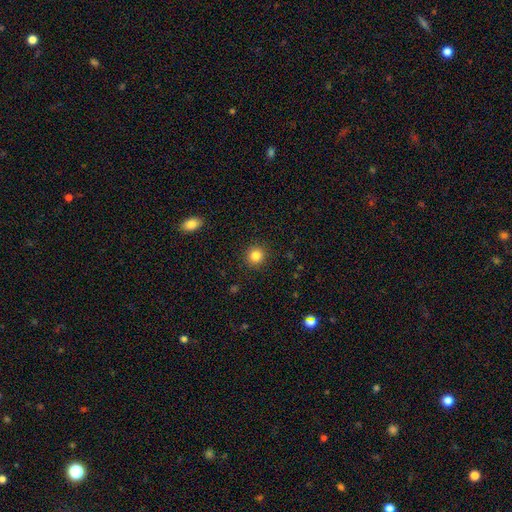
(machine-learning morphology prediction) This is clearly a smooth galaxy (84%). How rounded: clearly round (92%). Merging: clearly none (91%).